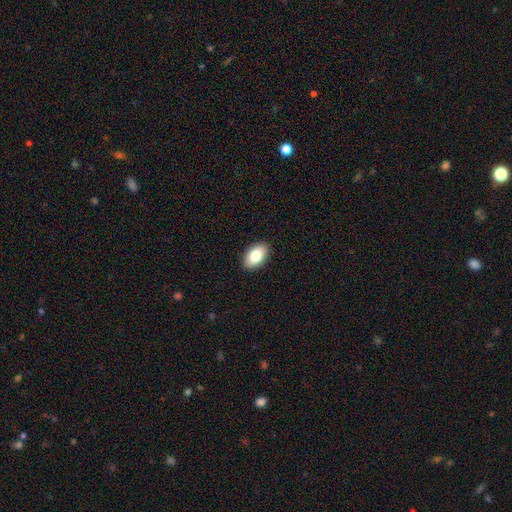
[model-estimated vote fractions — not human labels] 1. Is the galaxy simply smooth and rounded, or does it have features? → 83% smooth, 11% featured or disk, 7% star or artifact.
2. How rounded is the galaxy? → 93% in between, 5% round, 2% cigar-shaped.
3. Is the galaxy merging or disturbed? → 90% none, 7% minor disturbance, 2% major disturbance, 1% merger.